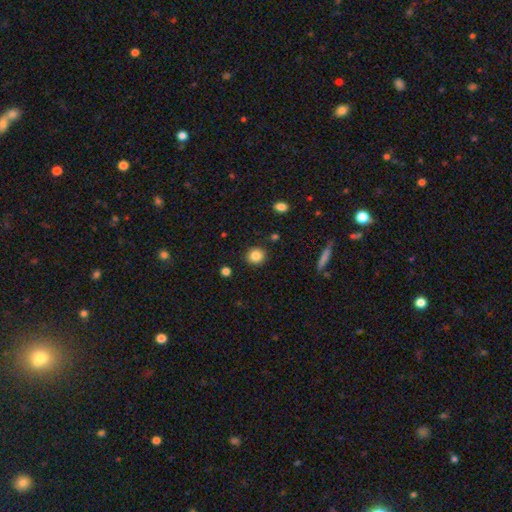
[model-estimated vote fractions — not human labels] Smooth or featured? smooth (84%)
How rounded? round (85%)
Merging? none (89%)